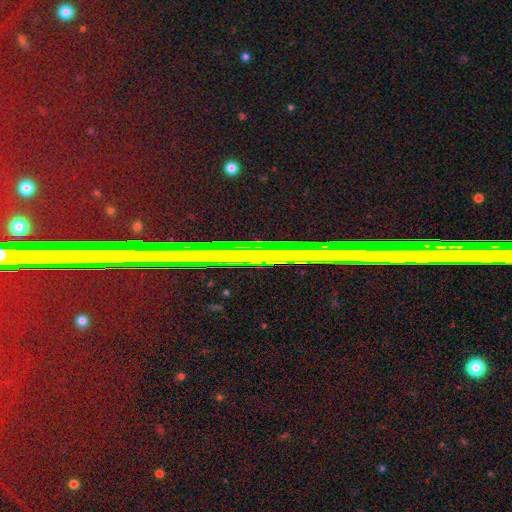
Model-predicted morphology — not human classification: Smooth or featured? Predicted: star or artifact (p=0.83).